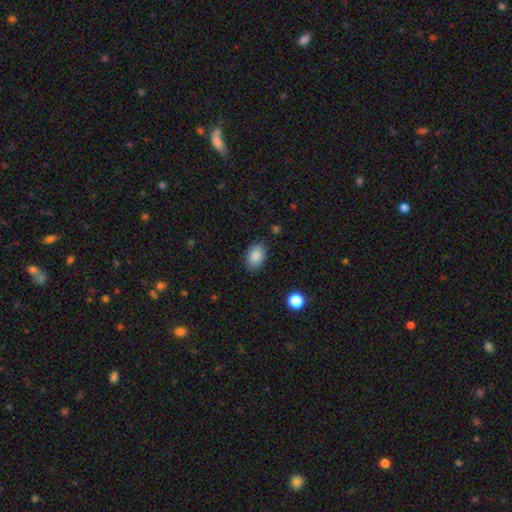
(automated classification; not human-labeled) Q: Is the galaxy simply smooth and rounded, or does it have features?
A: smooth — 88%.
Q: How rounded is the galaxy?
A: in between — 82%.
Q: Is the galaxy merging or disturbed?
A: none — 85%.